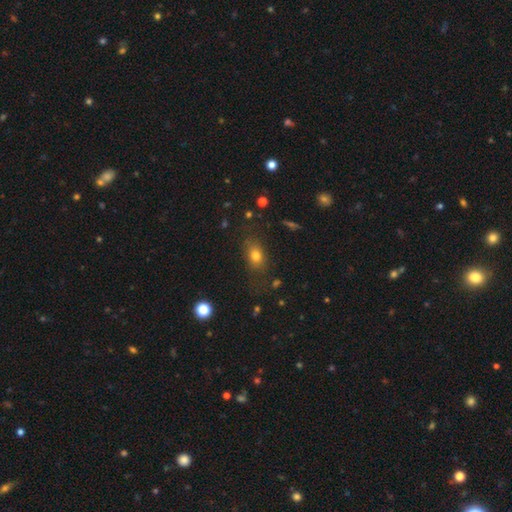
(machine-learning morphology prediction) A smooth galaxy with no disk features (75%) that is in between round and cigar-shaped (71%). Merging: none (74%).